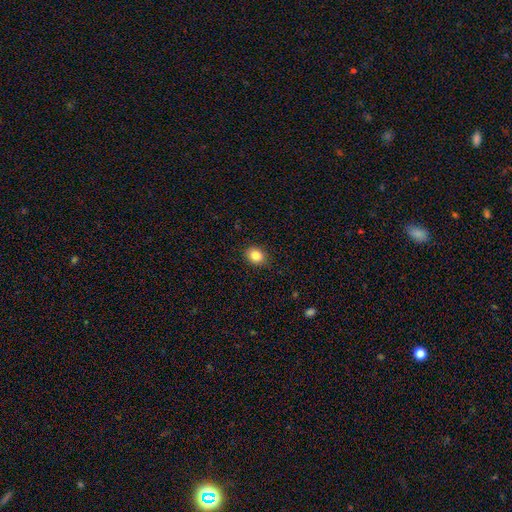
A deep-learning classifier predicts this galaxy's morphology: Smooth or featured?
  - smooth: 85% *
  - star or artifact: 10%
  - featured or disk: 6%
How rounded?
  - round: 53% *
  - in between: 46%
  - cigar-shaped: 1%
Merging?
  - none: 87% *
  - minor disturbance: 10%
  - major disturbance: 2%
  - merger: 1%